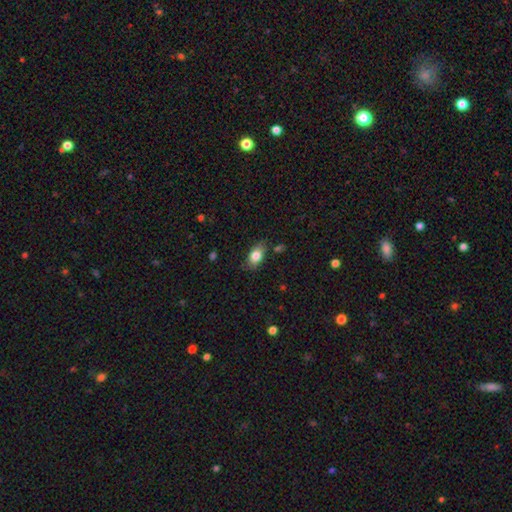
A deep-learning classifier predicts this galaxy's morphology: This appears to be a smooth galaxy with no disk features (81%) that is in between round and cigar-shaped (88%). Merging: none (79%).